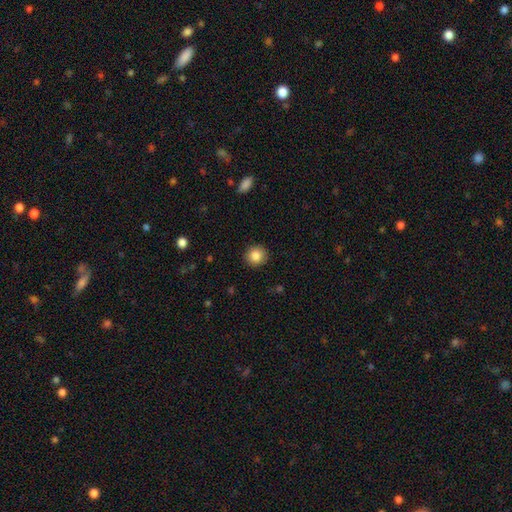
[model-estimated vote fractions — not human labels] smooth 86%, star or artifact 9%, featured or disk 5%. Down the decision tree: how rounded — round (92%); merging — none (90%).